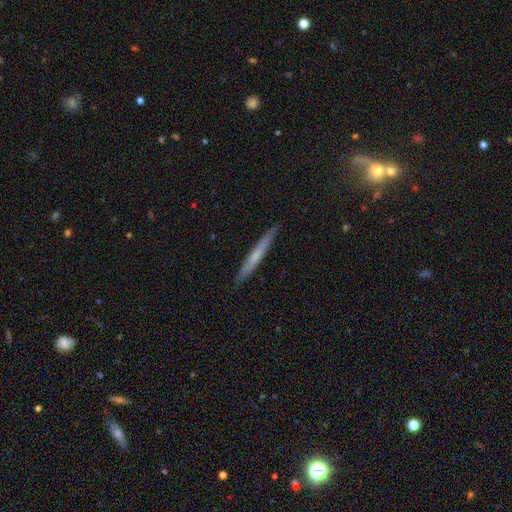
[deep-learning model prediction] A smooth galaxy with no disk features (49%). Merging: none (91%).